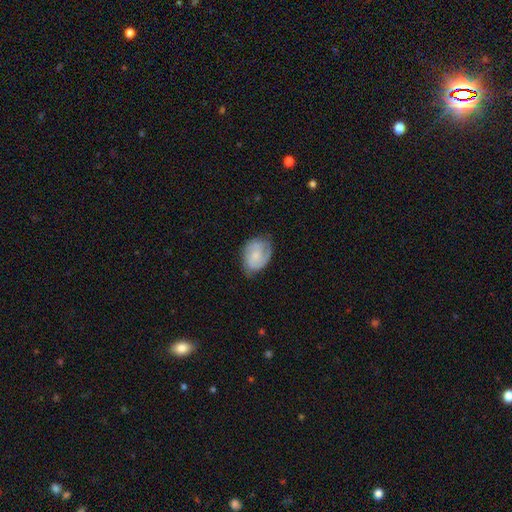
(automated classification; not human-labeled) Smooth or featured?
  - featured or disk: 58% *
  - smooth: 35%
  - star or artifact: 7%
Edge-on disk?
  - no: 97% *
  - yes: 3%
Bar?
  - no: 62% *
  - weak: 32%
  - strong: 5%
Spiral arms?
  - yes: 88% *
  - no: 12%
Bulge size?
  - small: 53% *
  - moderate: 25%
  - none: 18%
  - large: 3%
  - dominant: 1%
Merging?
  - none: 64% *
  - minor disturbance: 26%
  - major disturbance: 9%
  - merger: 1%